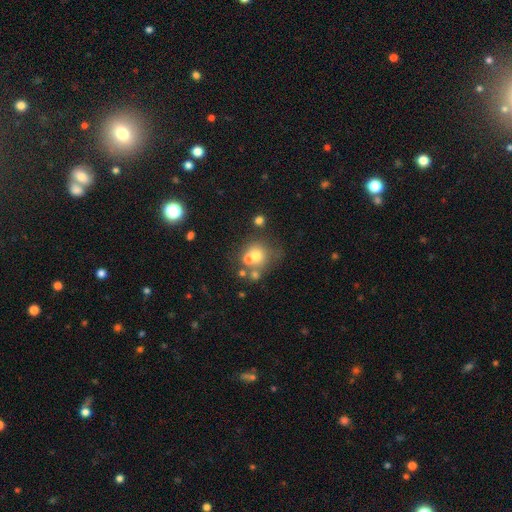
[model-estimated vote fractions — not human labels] smooth 60%, featured or disk 24%, star or artifact 16%. Down the decision tree: how rounded — round (82%); merging — none (45%).